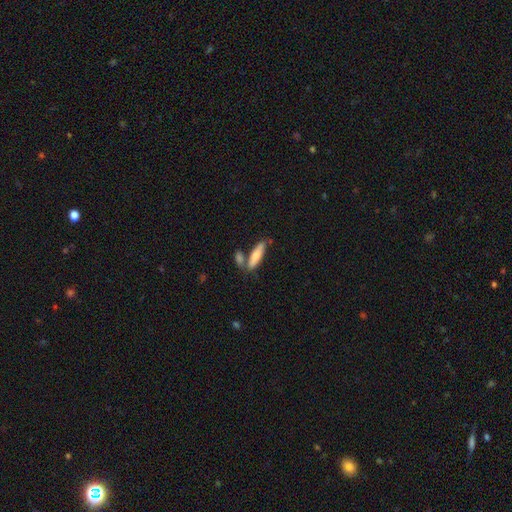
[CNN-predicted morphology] smooth-or-featured: smooth: 75% | featured or disk: 20% | star or artifact: 6%
  how-rounded: cigar-shaped: 66% | in between: 32% | round: 2%
  merging: none: 61% | merger: 21% | minor disturbance: 14% | major disturbance: 4%